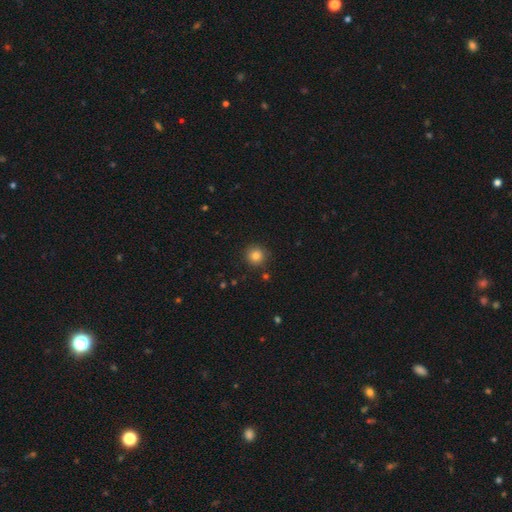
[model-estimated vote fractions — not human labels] This appears to be a smooth galaxy with no disk features (83%) that is round (93%). Merging: none (87%).